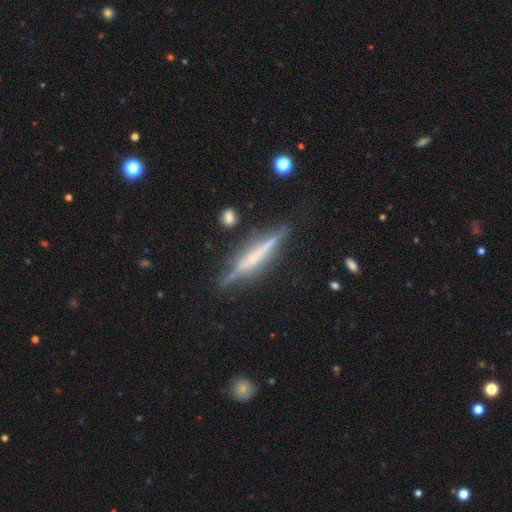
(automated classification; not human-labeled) Smooth or featured?
  - featured or disk: 71% *
  - smooth: 22%
  - star or artifact: 7%
Edge-on disk?
  - yes: 96% *
  - no: 4%
Edge-on bulge?
  - none: 49% *
  - rounded: 34%
  - boxy: 17%
Merging?
  - none: 82% *
  - minor disturbance: 13%
  - major disturbance: 3%
  - merger: 2%